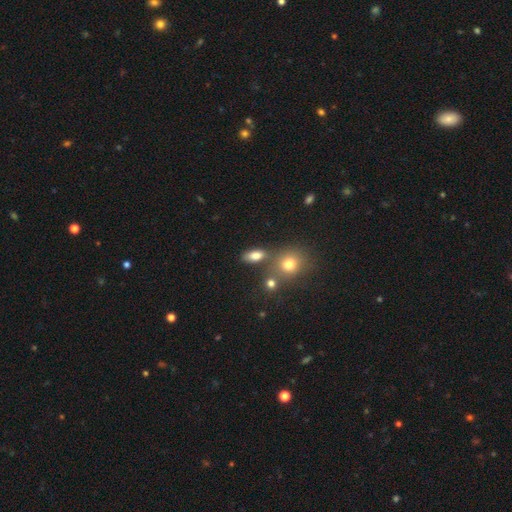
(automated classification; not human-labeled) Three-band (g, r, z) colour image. It shows a smooth galaxy with no disk features (79%) that is in between round and cigar-shaped (81%). Merging: none (66%).